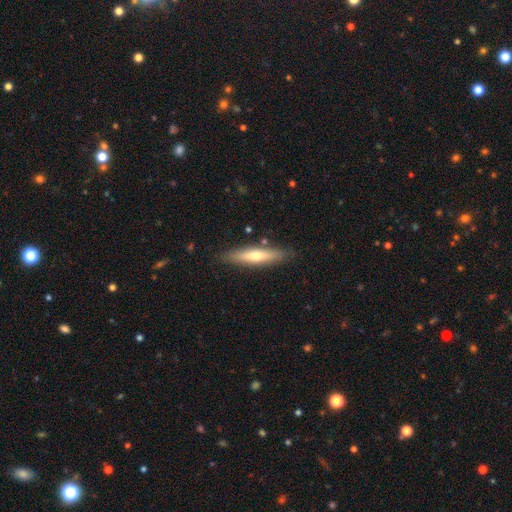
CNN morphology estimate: Q: Smooth or featured?
A: smooth (49%); runner-up: featured or disk (45%)
Q: Merging?
A: none (87%); runner-up: minor disturbance (10%)